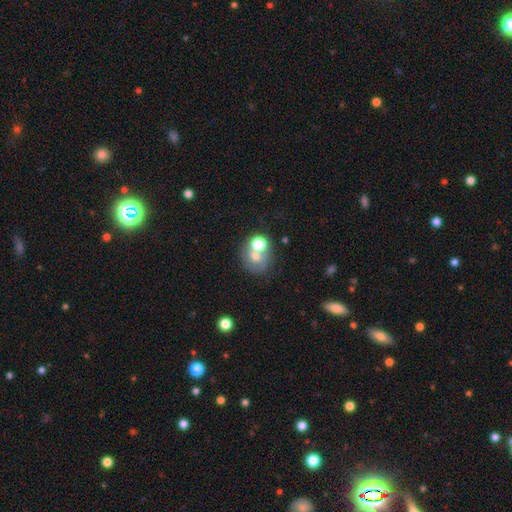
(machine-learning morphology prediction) smooth-or-featured: smooth: 57% | featured or disk: 28% | star or artifact: 15%
  how-rounded: round: 69% | in between: 30% | cigar-shaped: 1%
  merging: merger: 44% | none: 39% | minor disturbance: 11% | major disturbance: 7%